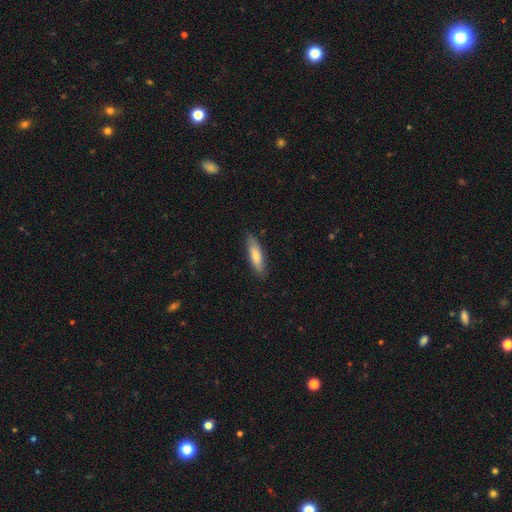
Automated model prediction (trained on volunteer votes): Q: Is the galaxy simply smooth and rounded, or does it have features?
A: smooth — 76%.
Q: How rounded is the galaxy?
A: cigar-shaped — 63%.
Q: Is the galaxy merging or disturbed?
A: none — 83%.